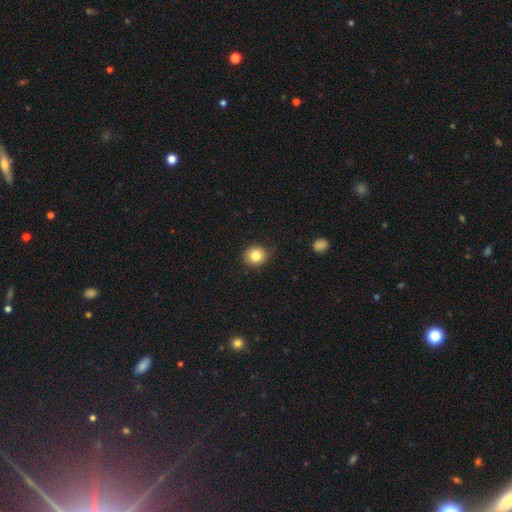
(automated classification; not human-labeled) This appears to be a smooth galaxy with no disk features (81%) that is round (86%). Merging: none (83%).